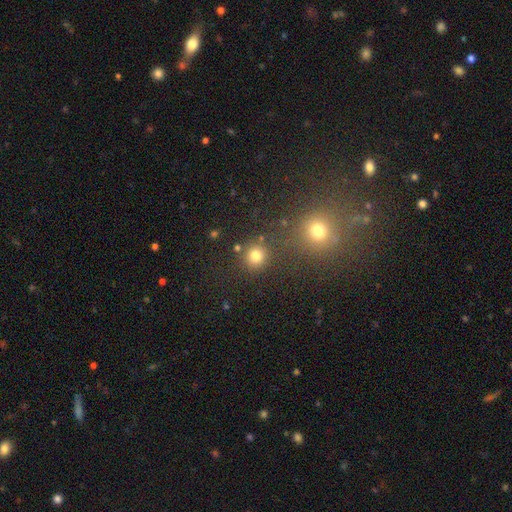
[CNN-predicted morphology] Q: Smooth or featured?
A: smooth (78%); runner-up: star or artifact (17%)
Q: How rounded?
A: round (90%); runner-up: in between (9%)
Q: Merging?
A: none (80%); runner-up: merger (9%)